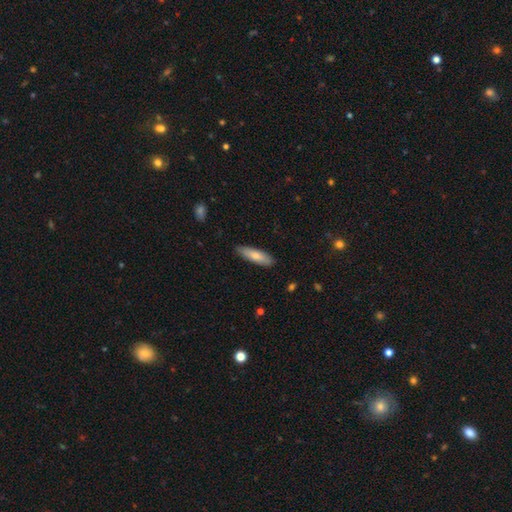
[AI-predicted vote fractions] smooth-or-featured: smooth: 74% | featured or disk: 21% | star or artifact: 6%
  how-rounded: cigar-shaped: 56% | in between: 42% | round: 2%
  merging: none: 85% | minor disturbance: 12% | major disturbance: 2% | merger: 1%